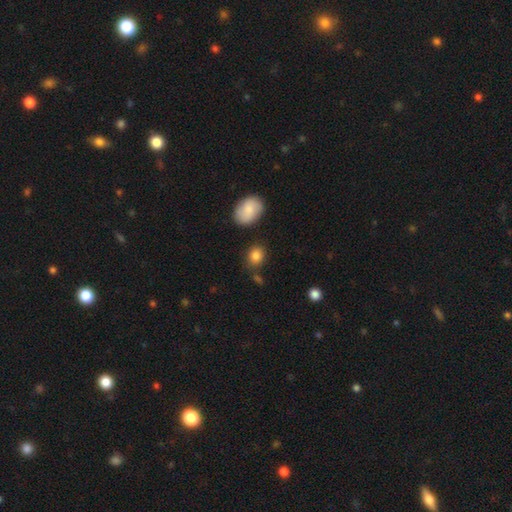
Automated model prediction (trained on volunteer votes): This appears to be a smooth galaxy with no disk features (86%) that is round (51%). Merging: none (78%).